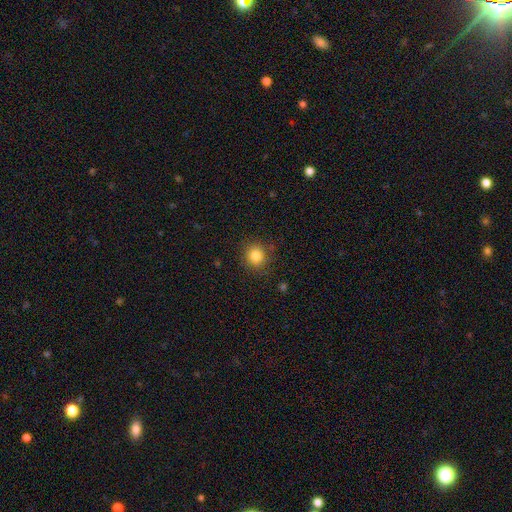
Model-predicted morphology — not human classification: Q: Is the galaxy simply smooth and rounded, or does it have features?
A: smooth — 83%.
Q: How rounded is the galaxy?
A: round — 89%.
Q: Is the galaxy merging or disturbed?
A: none — 86%.